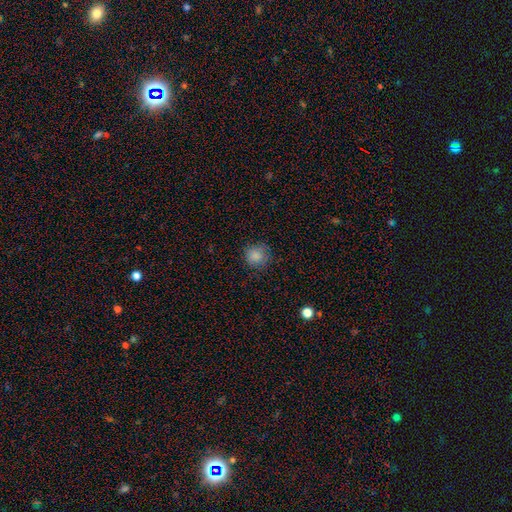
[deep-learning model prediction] Q: Smooth or featured?
A: smooth (85%); runner-up: star or artifact (11%)
Q: How rounded?
A: round (90%); runner-up: in between (9%)
Q: Merging?
A: none (82%); runner-up: minor disturbance (13%)